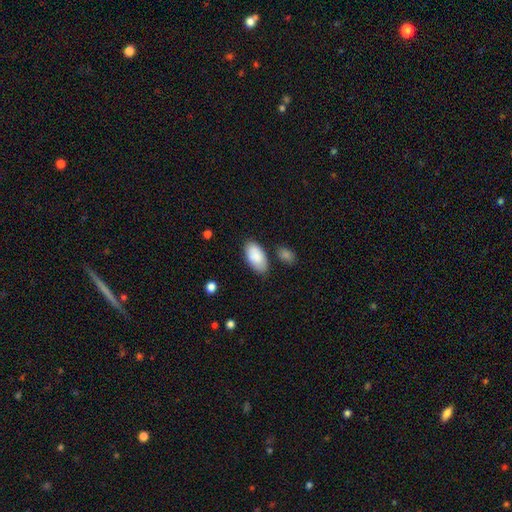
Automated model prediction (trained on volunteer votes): Smooth or featured? Predicted: smooth (p=0.88). How rounded? Predicted: in between (p=0.95). Merging? Predicted: none (p=0.77).